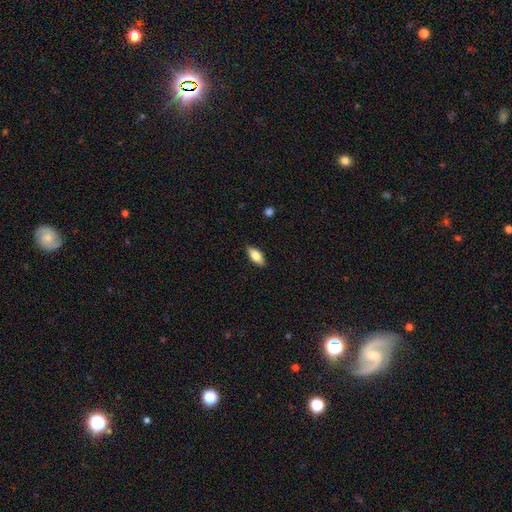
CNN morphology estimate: The model was most divided on "smooth or featured": smooth: 78%, featured or disk: 16%, star or artifact: 7%. More confident: merging — none (88%); how rounded — in between (84%).